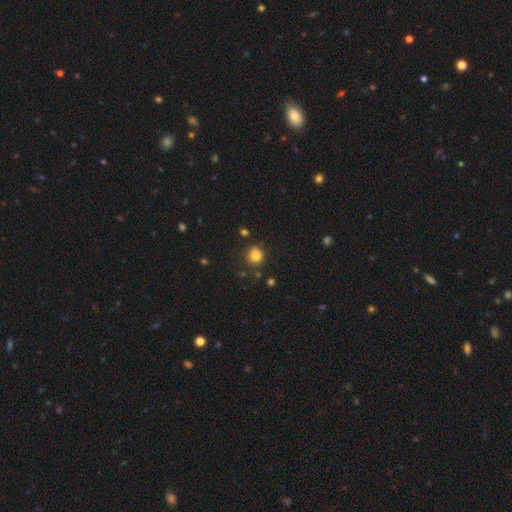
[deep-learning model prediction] This appears to be a smooth galaxy with no disk features (83%) that is round (81%). Merging: none (76%).